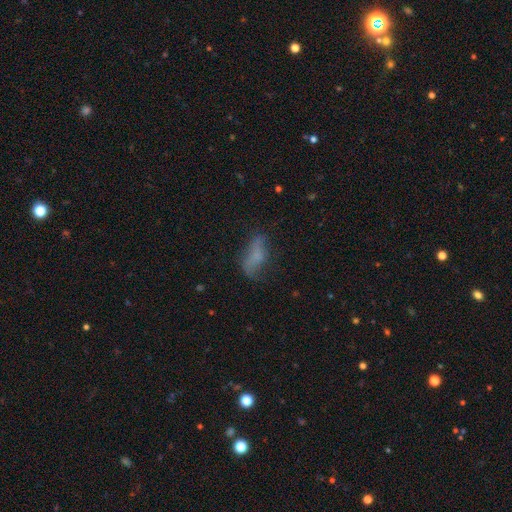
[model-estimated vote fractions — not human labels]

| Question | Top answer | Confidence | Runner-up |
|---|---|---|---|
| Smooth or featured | smooth | 58% | featured or disk (29%) |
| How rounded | in between | 71% | cigar-shaped (25%) |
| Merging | none | 46% | minor disturbance (29%) |